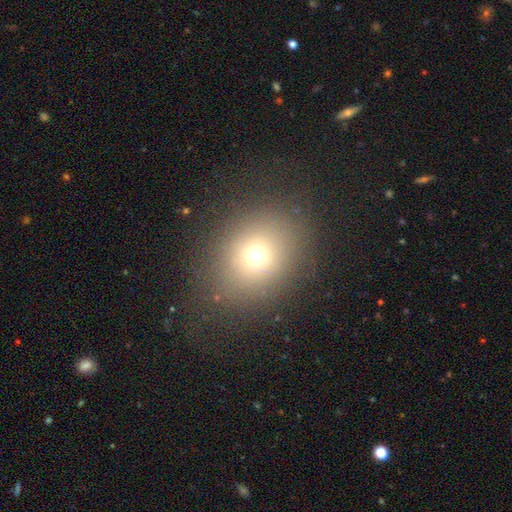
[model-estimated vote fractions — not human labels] Overall: smooth (68%). How rounded: round (58%; in between 41%). Merging: none (80%).